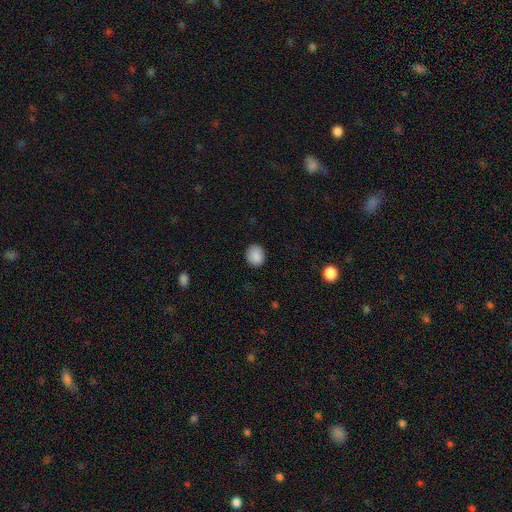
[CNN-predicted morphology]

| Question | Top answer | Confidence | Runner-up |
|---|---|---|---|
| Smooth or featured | smooth | 88% | star or artifact (8%) |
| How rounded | round | 72% | in between (27%) |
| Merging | none | 87% | minor disturbance (10%) |